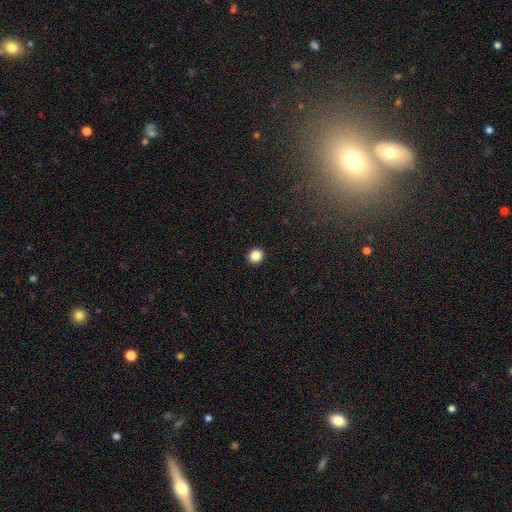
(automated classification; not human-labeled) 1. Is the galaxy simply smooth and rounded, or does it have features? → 86% smooth, 11% star or artifact, 4% featured or disk.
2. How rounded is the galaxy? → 85% round, 14% in between, 1% cigar-shaped.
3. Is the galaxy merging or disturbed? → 93% none, 5% minor disturbance, 2% major disturbance, 1% merger.